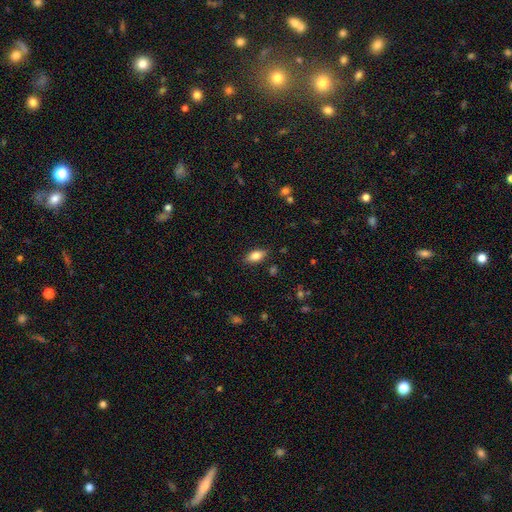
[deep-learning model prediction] A smooth galaxy with no disk features (76%) that is in between round and cigar-shaped (87%).

Vote fractions:
- Smooth or featured? smooth: 76% / featured or disk: 16% / star or artifact: 8%
- How rounded? in between: 87% / cigar-shaped: 9% / round: 4%
- Merging? none: 85% / minor disturbance: 11% / major disturbance: 2% / merger: 1%